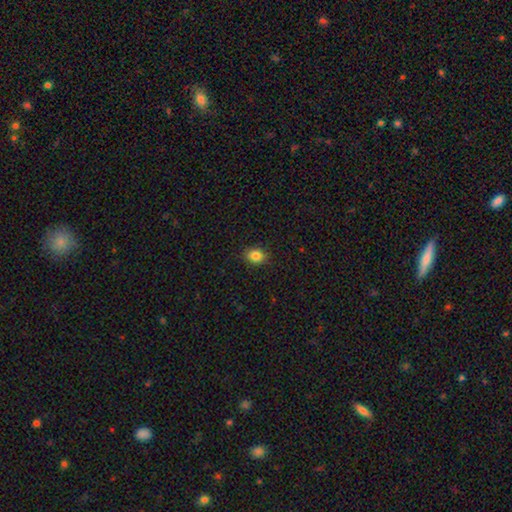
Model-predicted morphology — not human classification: smooth-or-featured: smooth: 85% | star or artifact: 10% | featured or disk: 5%
  how-rounded: in between: 54% | round: 45% | cigar-shaped: 1%
  merging: none: 88% | minor disturbance: 9% | major disturbance: 2% | merger: 1%